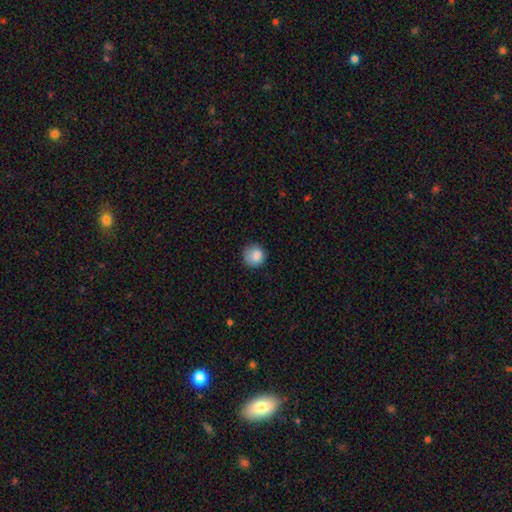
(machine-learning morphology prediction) Smooth or featured? Predicted: smooth (p=0.86). How rounded? Predicted: round (p=0.90). Merging? Predicted: none (p=0.78).